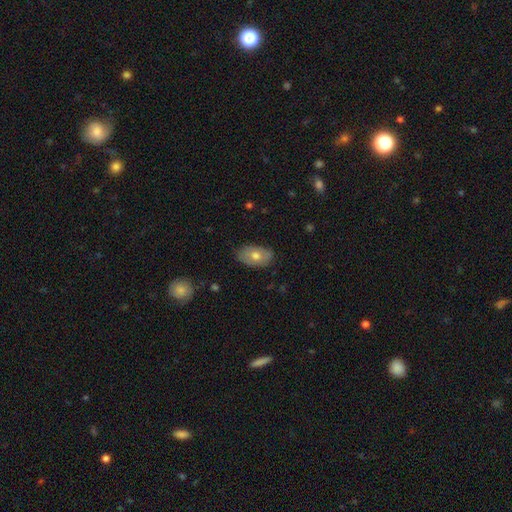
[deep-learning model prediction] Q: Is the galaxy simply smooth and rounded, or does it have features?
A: smooth — 65%.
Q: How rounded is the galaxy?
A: in between — 90%.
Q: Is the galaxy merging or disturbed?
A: none — 80%.